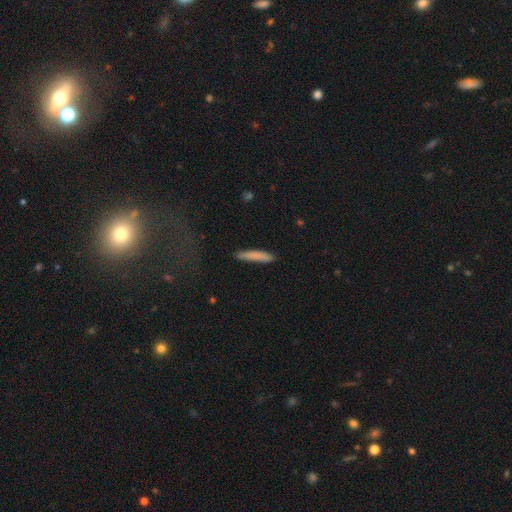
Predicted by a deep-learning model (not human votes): The model was most divided on "smooth or featured": smooth: 82%, featured or disk: 12%, star or artifact: 6%. More confident: how rounded — cigar-shaped (92%); merging — none (85%).